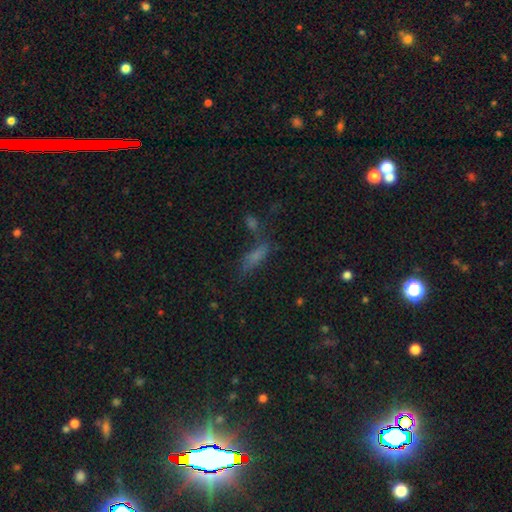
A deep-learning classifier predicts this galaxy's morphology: Smooth or featured? smooth (60%)
How rounded? cigar-shaped (52%)
Merging? none (46%)